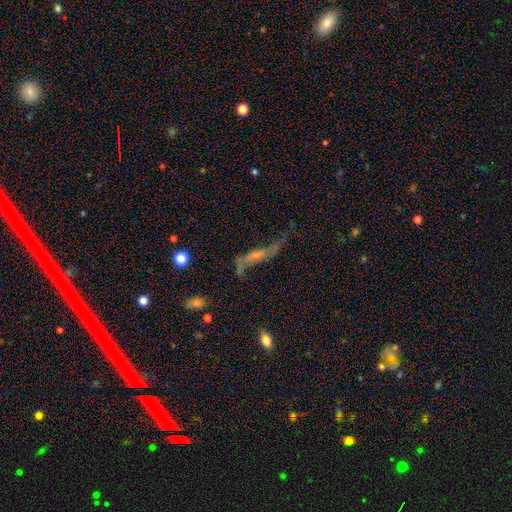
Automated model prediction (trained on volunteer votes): Morphology: type=featured or disk (63%); edge-on=no (65%); merging=none (37%).